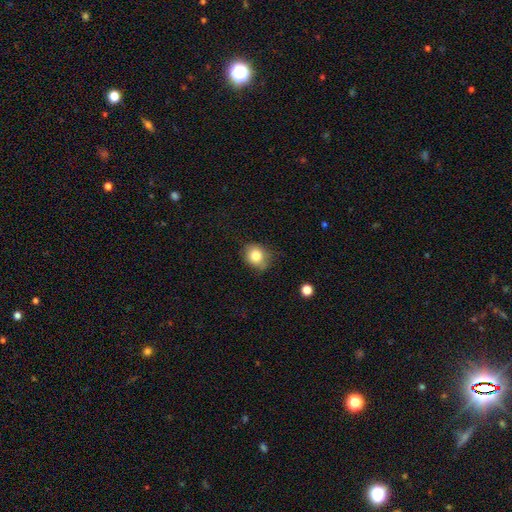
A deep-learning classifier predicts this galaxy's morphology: smooth-or-featured: smooth: 81% | star or artifact: 10% | featured or disk: 9%
  how-rounded: round: 61% | in between: 38% | cigar-shaped: 1%
  merging: none: 68% | minor disturbance: 25% | major disturbance: 5% | merger: 2%